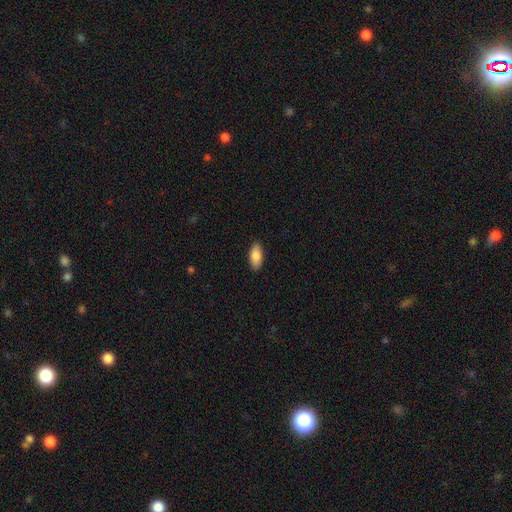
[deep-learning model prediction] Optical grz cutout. It shows a smooth galaxy with no disk features (86%) that is in between round and cigar-shaped (89%). Merging: none (89%).